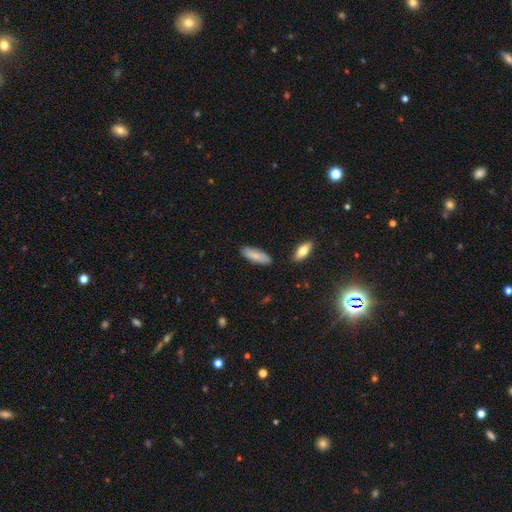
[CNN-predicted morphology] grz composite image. It shows a smooth galaxy with no disk features (78%) that is in between round and cigar-shaped (57%). Merging: none (83%).